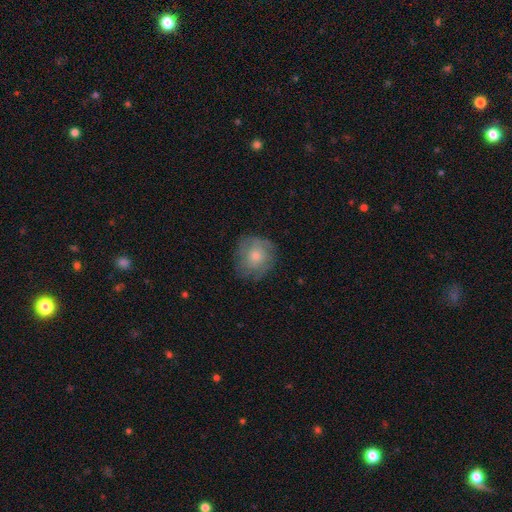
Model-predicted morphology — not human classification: Smooth or featured? Predicted: smooth (p=0.55). How rounded? Predicted: round (p=0.82). Merging? Predicted: none (p=0.68).